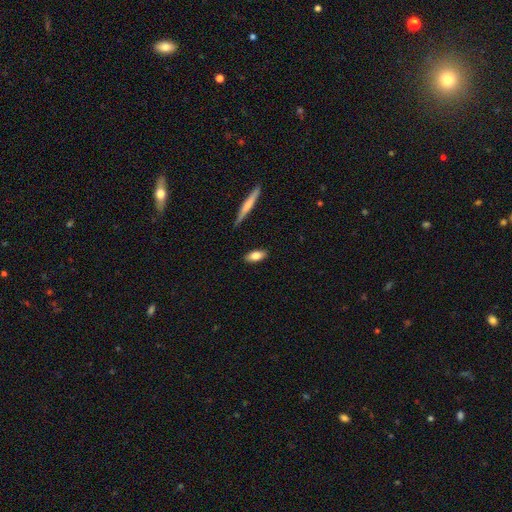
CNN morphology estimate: smooth_or_featured: smooth (p=0.78) [alt: featured or disk p=0.15]
how_rounded: in between (p=0.80) [alt: cigar-shaped p=0.18]
merging: none (p=0.87) [alt: minor disturbance p=0.10]